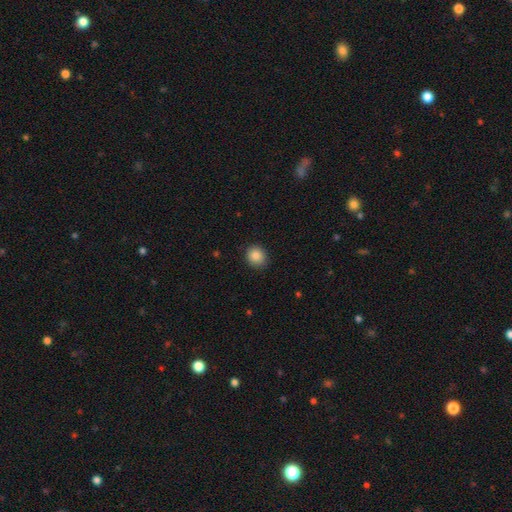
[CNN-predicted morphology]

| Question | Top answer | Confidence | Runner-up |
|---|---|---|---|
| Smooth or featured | smooth | 87% | star or artifact (9%) |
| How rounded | round | 84% | in between (15%) |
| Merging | none | 88% | minor disturbance (9%) |